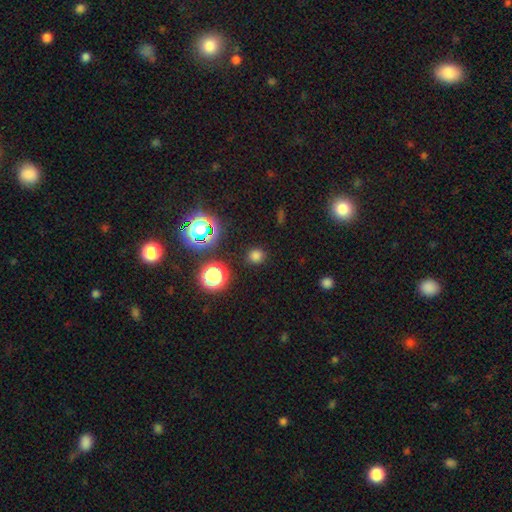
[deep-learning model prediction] Morphology: type=smooth (71%); roundness=round (89%); merging=none (88%).